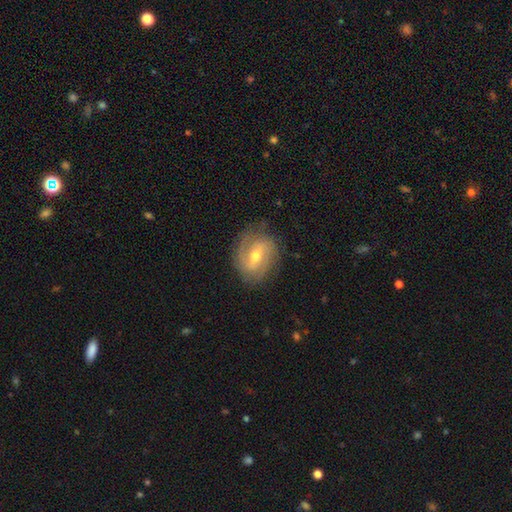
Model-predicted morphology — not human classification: A featured or disk galaxy (81%) with a weak bar (51%), 2 (65%) tight (46%) spiral arms (92%) and a moderate central bulge (68%).

Vote fractions:
- Smooth or featured? featured or disk: 81% / smooth: 13% / star or artifact: 6%
- Edge-on disk? no: 96% / yes: 4%
- Bar? weak: 51% / strong: 25% / no: 24%
- Spiral arms? yes: 92% / no: 8%
- Spiral winding? tight: 46% / medium: 40% / loose: 14%
- Spiral arm count? 2: 65% / can't tell: 15% / 3: 11% / 1: 4% / 4: 3% / more than 4: 2%
- Bulge size? moderate: 68% / small: 27% / large: 3% / none: 1% / dominant: 1%
- Merging? none: 77% / minor disturbance: 16% / major disturbance: 6% / merger: 1%